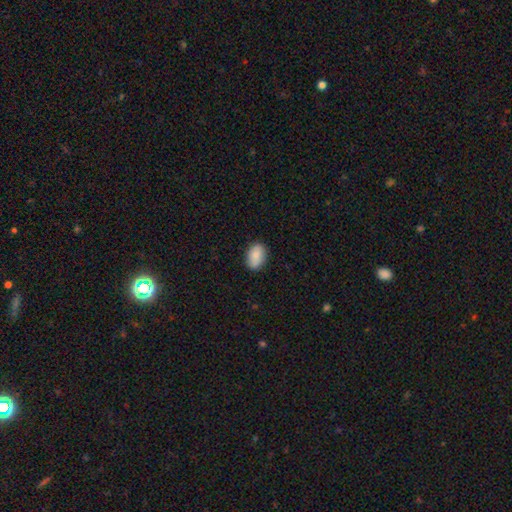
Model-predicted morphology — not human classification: This appears to be a smooth galaxy with no disk features (80%) that is in between round and cigar-shaped (87%). Merging: none (85%).